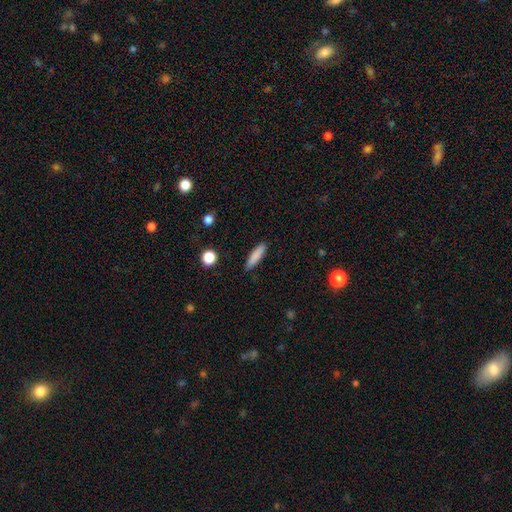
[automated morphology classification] A smooth galaxy with no disk features (84%) that is cigar-shaped (76%). Merging: none (88%).